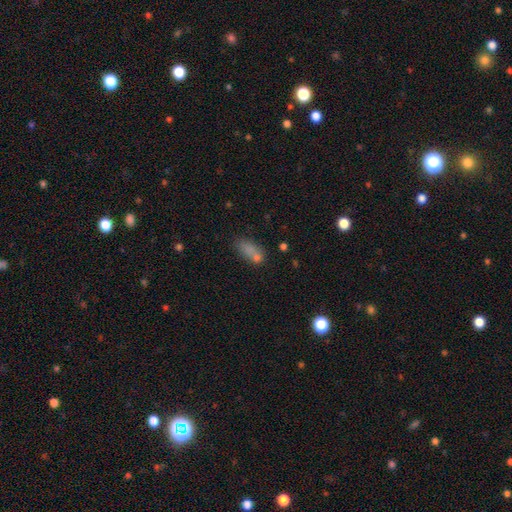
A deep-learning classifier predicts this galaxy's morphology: This appears to be a smooth galaxy with no disk features (70%) that is in between round and cigar-shaped (71%). Merging: none (51%).